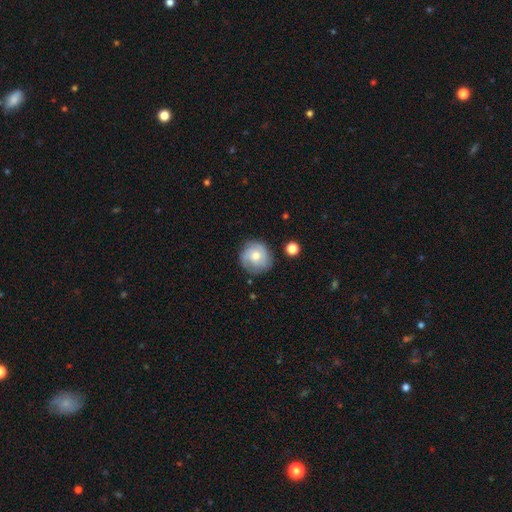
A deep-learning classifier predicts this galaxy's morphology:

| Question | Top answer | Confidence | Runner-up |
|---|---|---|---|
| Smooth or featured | smooth | 48% | featured or disk (44%) |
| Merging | none | 77% | minor disturbance (16%) |